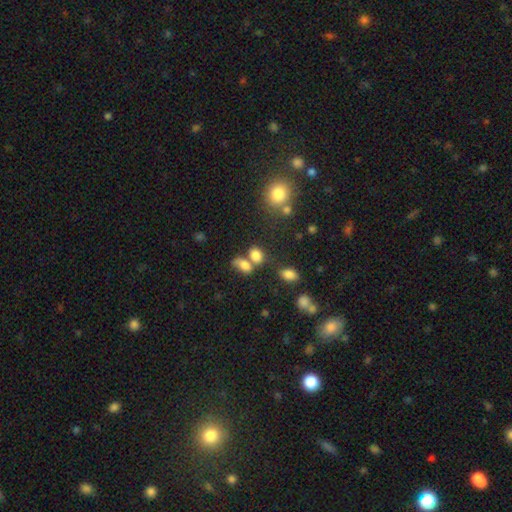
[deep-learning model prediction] This is likely a smooth galaxy (79%). How rounded: likely in between (71%). Merging: marginally none (43%).